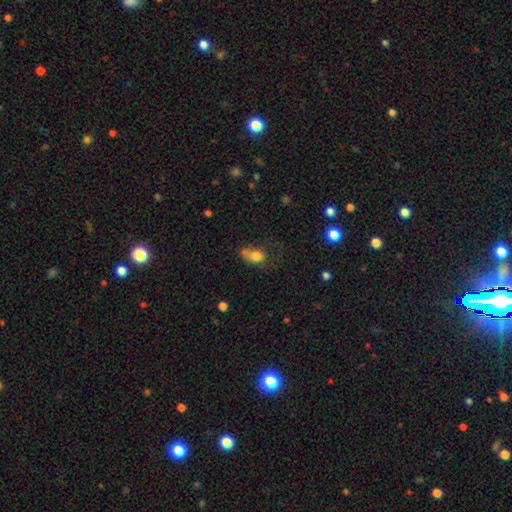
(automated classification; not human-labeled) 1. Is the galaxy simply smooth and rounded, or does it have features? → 76% smooth, 14% featured or disk, 10% star or artifact.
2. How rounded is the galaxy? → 77% in between, 21% round, 2% cigar-shaped.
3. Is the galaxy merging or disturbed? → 34% none, 27% minor disturbance, 24% major disturbance, 15% merger.